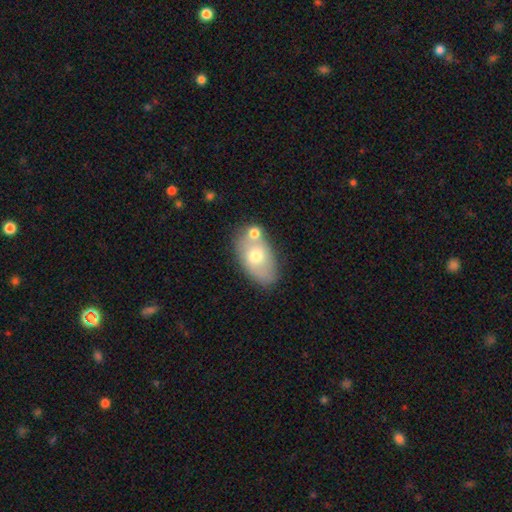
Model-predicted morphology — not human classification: Overall: smooth (64%; featured or disk 28%). How rounded: in between (90%). Merging: none (60%; merger 20%).